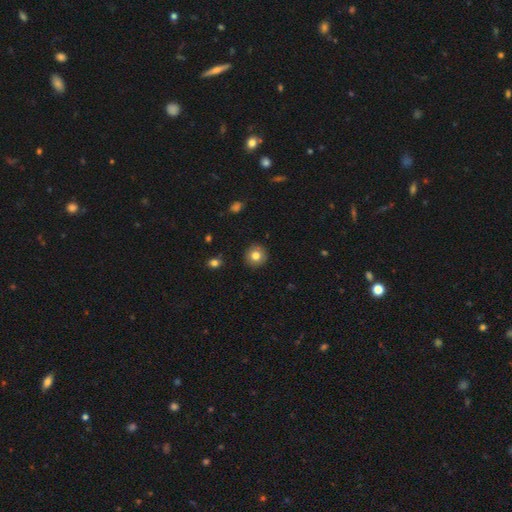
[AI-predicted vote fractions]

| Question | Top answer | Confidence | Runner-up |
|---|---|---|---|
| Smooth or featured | smooth | 80% | featured or disk (10%) |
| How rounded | round | 93% | in between (6%) |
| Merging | none | 91% | minor disturbance (6%) |